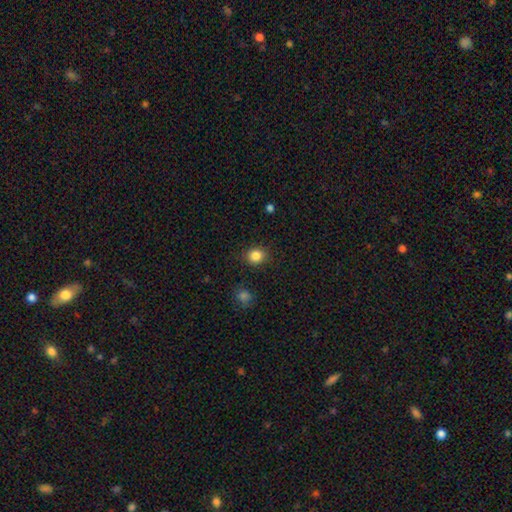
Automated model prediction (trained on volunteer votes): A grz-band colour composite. It shows a smooth galaxy with no disk features (85%) that is round (75%). Merging: none (88%).